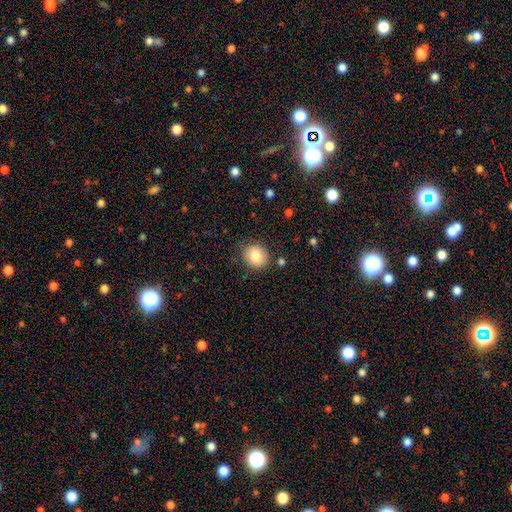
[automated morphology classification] smooth_or_featured: smooth (p=0.83) [alt: star or artifact p=0.09]
how_rounded: round (p=0.73) [alt: in between p=0.27]
merging: none (p=0.83) [alt: minor disturbance p=0.12]